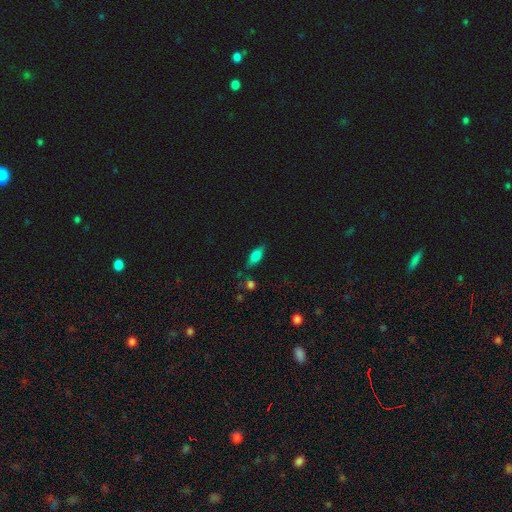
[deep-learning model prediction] Overall: smooth (75%). How rounded: in between (75%). Merging: none (75%).